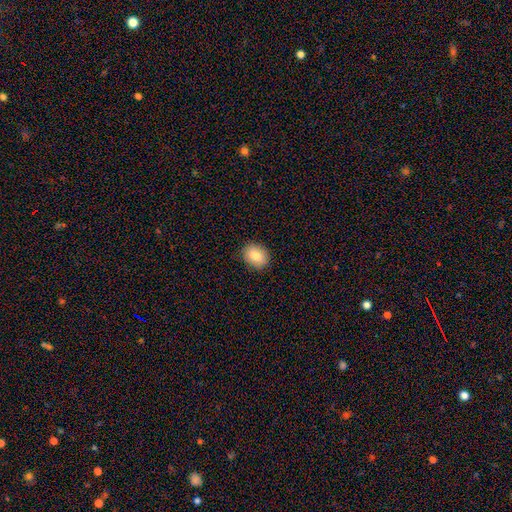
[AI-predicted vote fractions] Smooth or featured? Predicted: smooth (p=0.82). How rounded? Predicted: in between (p=0.52). Merging? Predicted: none (p=0.88).